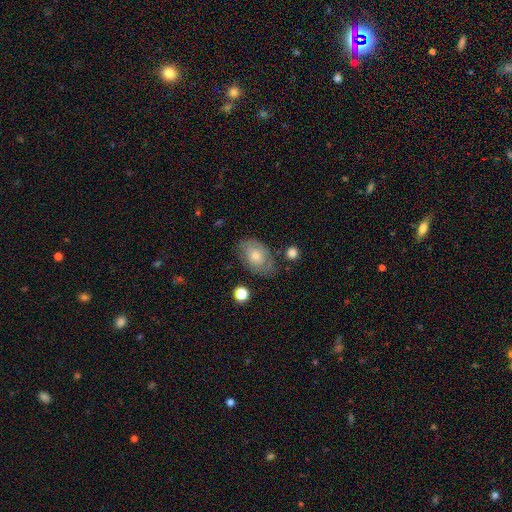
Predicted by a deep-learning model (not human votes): A smooth galaxy with no disk features (46%). Merging: none (70%).